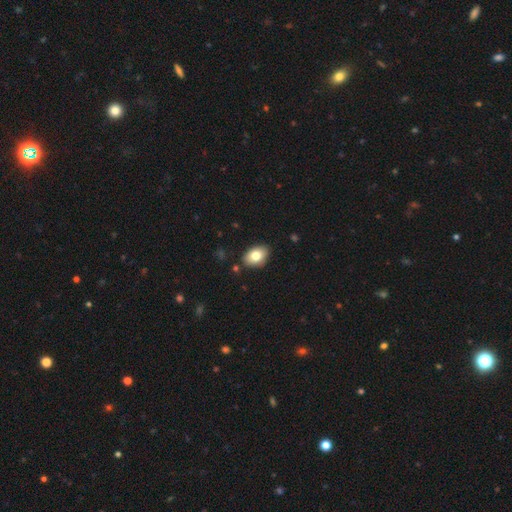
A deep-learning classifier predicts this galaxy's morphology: Smooth or featured?
  - smooth: 78% *
  - featured or disk: 14%
  - star or artifact: 8%
How rounded?
  - in between: 85% *
  - round: 14%
  - cigar-shaped: 1%
Merging?
  - none: 85% *
  - minor disturbance: 11%
  - major disturbance: 2%
  - merger: 2%